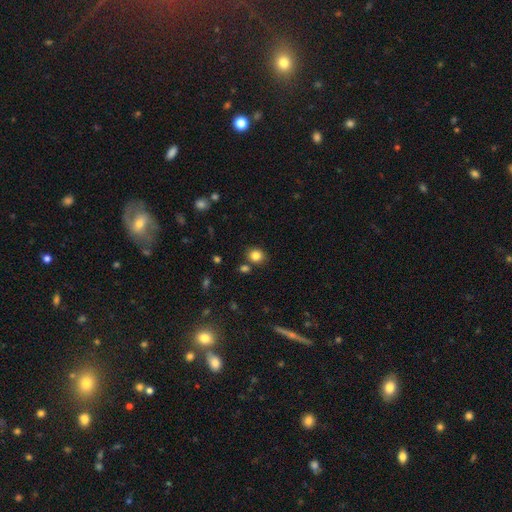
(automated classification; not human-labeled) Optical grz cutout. It shows a smooth galaxy with no disk features (83%) that is round (72%). Merging: none (80%).